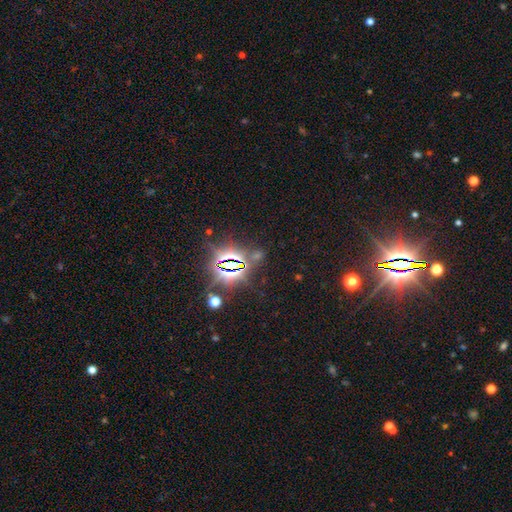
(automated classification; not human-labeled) A star or artifact, not a galaxy (82%).

Vote fractions:
- Smooth or featured? star or artifact: 82% / smooth: 10% / featured or disk: 7%